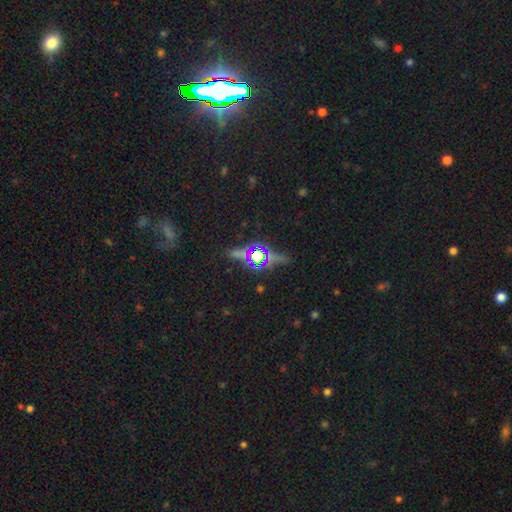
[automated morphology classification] The model was most divided on "smooth or featured": star or artifact: 69%, smooth: 17%, featured or disk: 14%.